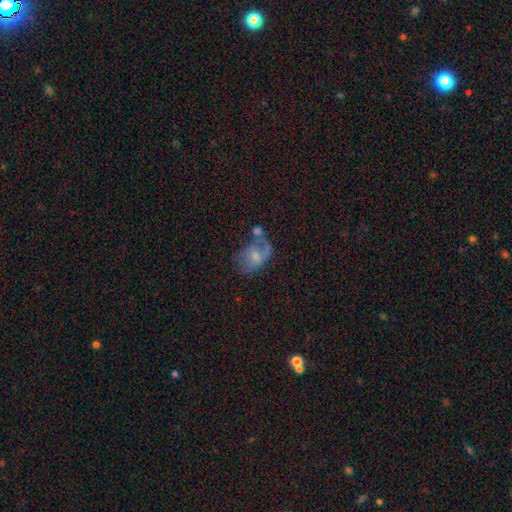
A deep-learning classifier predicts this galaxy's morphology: smooth 46%, featured or disk 44%, star or artifact 9%. Down the decision tree: merging — none (28%).